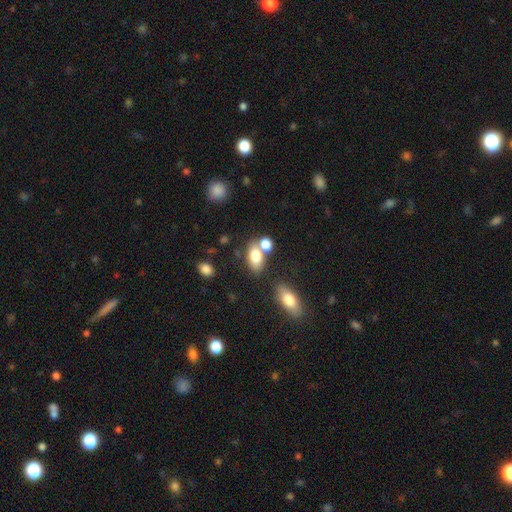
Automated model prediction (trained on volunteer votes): Smooth or featured? smooth (77%)
How rounded? in between (83%)
Merging? none (51%)